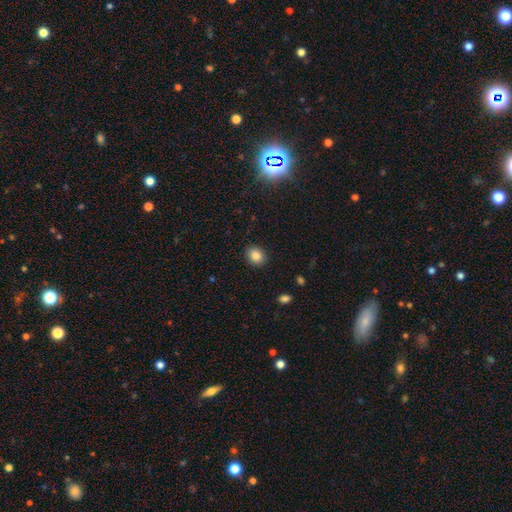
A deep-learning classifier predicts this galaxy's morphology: A smooth galaxy with no disk features (85%) that is round (61%).

Vote fractions:
- Smooth or featured? smooth: 85% / star or artifact: 10% / featured or disk: 5%
- How rounded? round: 61% / in between: 38% / cigar-shaped: 1%
- Merging? none: 89% / minor disturbance: 7% / major disturbance: 2% / merger: 1%